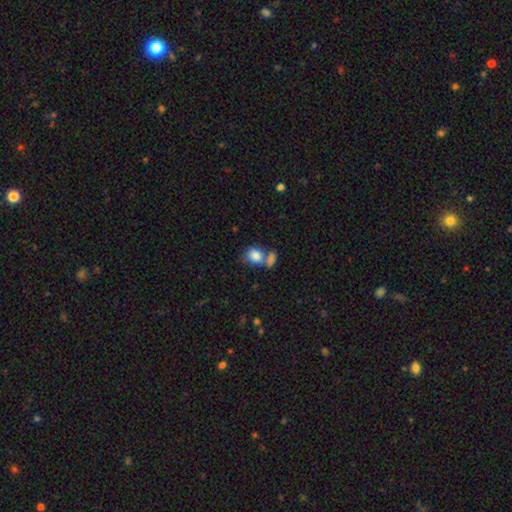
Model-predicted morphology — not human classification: A smooth galaxy with no disk features (83%) that is in between round and cigar-shaped (56%).

Vote fractions:
- Smooth or featured? smooth: 83% / featured or disk: 9% / star or artifact: 8%
- How rounded? in between: 56% / round: 42% / cigar-shaped: 2%
- Merging? merger: 46% / none: 34% / minor disturbance: 12% / major disturbance: 7%